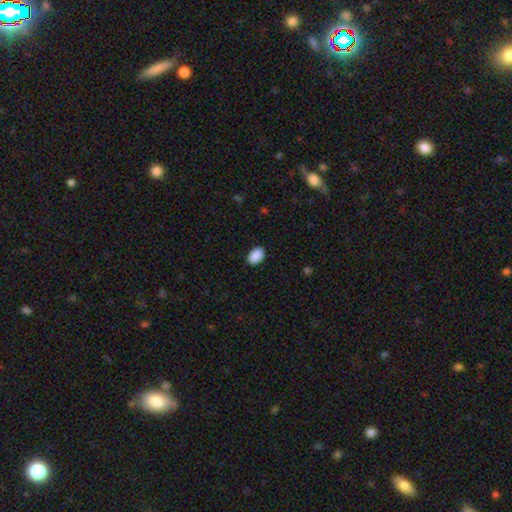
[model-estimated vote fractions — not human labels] Smooth or featured: smooth — 91% (star or artifact — 7%)
How rounded: in between — 87% (round — 12%)
Merging: none — 89% (minor disturbance — 9%)